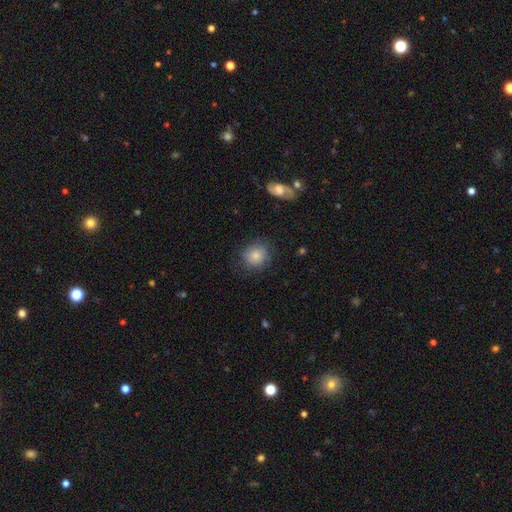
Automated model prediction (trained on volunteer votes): smooth 83%, featured or disk 8%, star or artifact 8%. Down the decision tree: how rounded — round (79%); merging — none (78%).